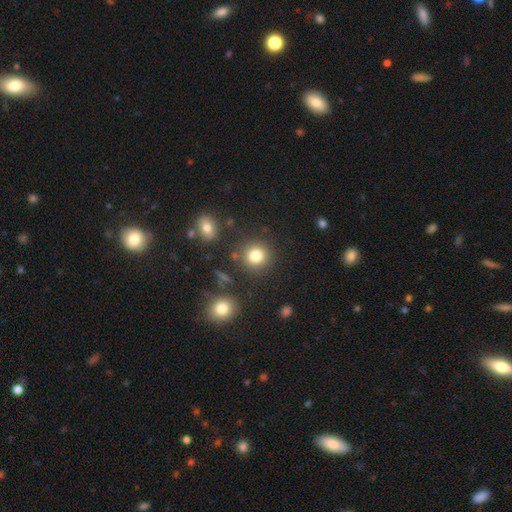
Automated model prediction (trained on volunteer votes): Smooth or featured?
  - smooth: 82% *
  - star or artifact: 12%
  - featured or disk: 6%
How rounded?
  - round: 90% *
  - in between: 9%
  - cigar-shaped: 1%
Merging?
  - none: 83% *
  - minor disturbance: 8%
  - merger: 5%
  - major disturbance: 4%